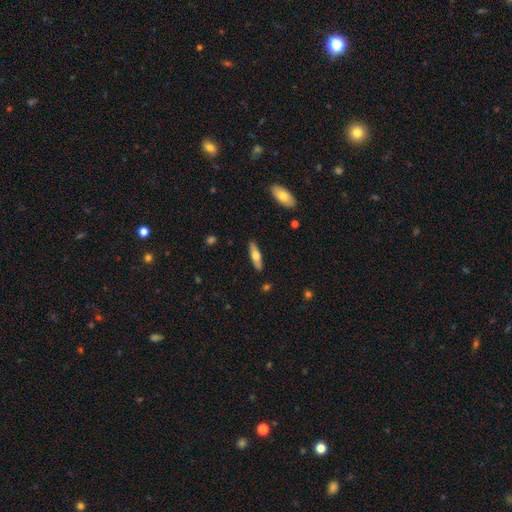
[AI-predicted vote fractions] Smooth or featured: smooth — 53% (featured or disk — 41%)
How rounded: cigar-shaped — 63% (in between — 34%)
Merging: none — 88% (minor disturbance — 8%)